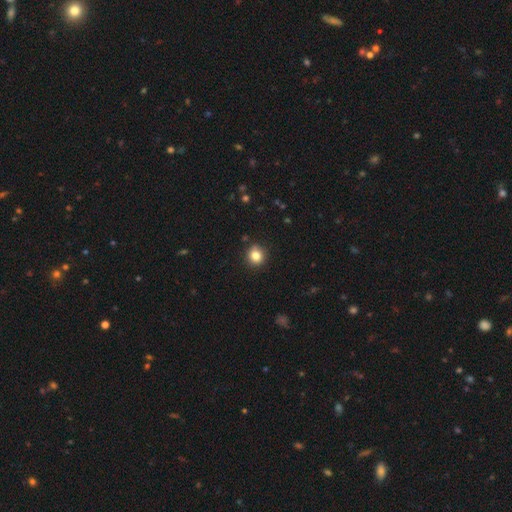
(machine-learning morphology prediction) Smooth or featured: smooth — 83% (star or artifact — 11%)
How rounded: round — 88% (in between — 12%)
Merging: none — 87% (minor disturbance — 9%)